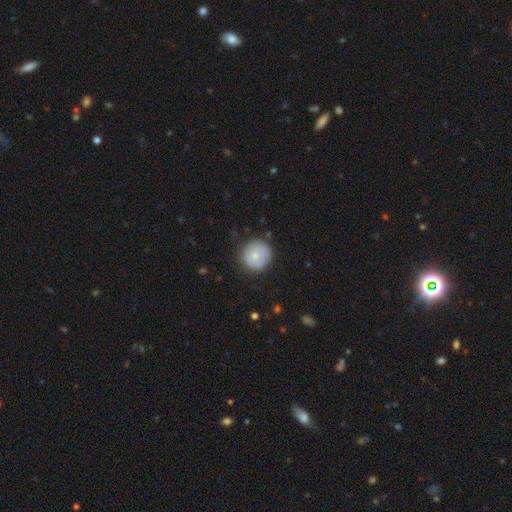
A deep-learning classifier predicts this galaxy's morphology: smooth-or-featured: smooth: 71% | featured or disk: 22% | star or artifact: 7%
  how-rounded: round: 93% | in between: 6% | cigar-shaped: 1%
  merging: none: 80% | minor disturbance: 15% | major disturbance: 4% | merger: 1%